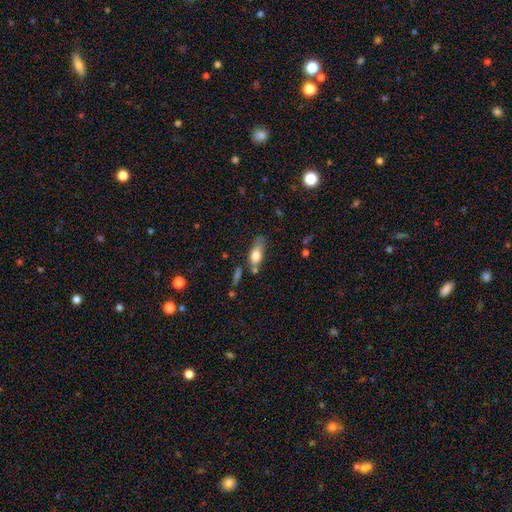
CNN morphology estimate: Smooth or featured: smooth — 67% (featured or disk — 26%)
How rounded: in between — 71% (cigar-shaped — 24%)
Merging: none — 50% (minor disturbance — 26%)